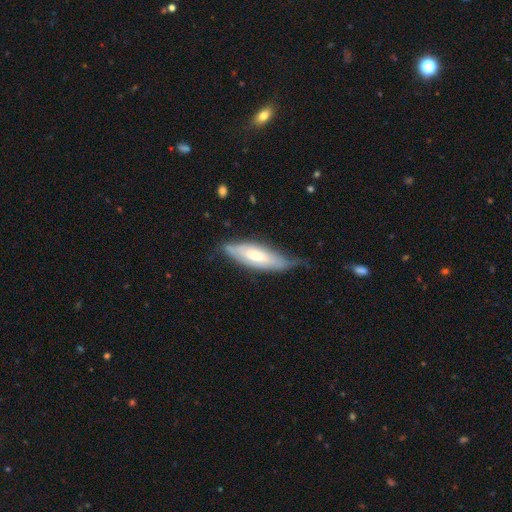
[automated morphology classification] A featured or disk galaxy (50%).

Vote fractions:
- Smooth or featured? featured or disk: 50% / smooth: 45% / star or artifact: 6%
- Merging? none: 52% / minor disturbance: 36% / major disturbance: 10% / merger: 2%